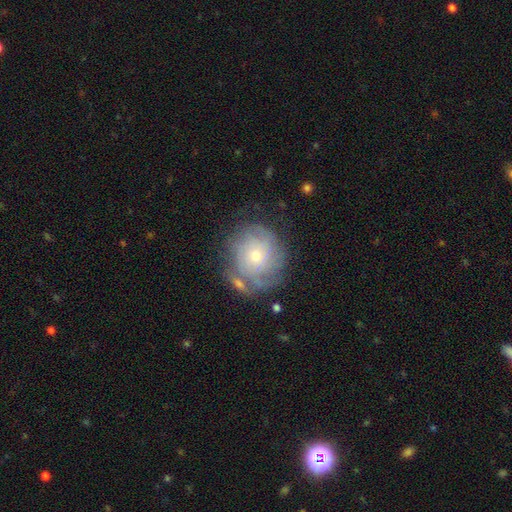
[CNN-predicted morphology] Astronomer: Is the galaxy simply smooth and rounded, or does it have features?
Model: featured or disk — 58% (runner-up: smooth, 33%).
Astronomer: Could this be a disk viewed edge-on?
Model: no — 97%.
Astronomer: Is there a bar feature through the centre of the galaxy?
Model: no — 84%.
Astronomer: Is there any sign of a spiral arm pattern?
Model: yes — 76%.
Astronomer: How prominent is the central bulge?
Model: small — 55% (runner-up: moderate, 39%).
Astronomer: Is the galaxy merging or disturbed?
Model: none — 66%.